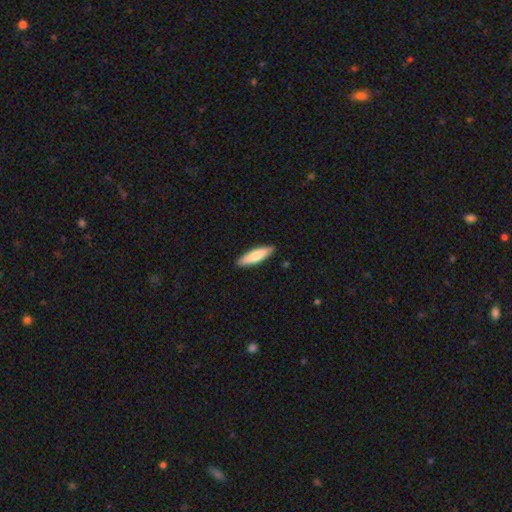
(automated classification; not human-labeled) A smooth galaxy with no disk features (76%) that is cigar-shaped (67%).

Vote fractions:
- Smooth or featured? smooth: 76% / featured or disk: 19% / star or artifact: 5%
- How rounded? cigar-shaped: 67% / in between: 32% / round: 1%
- Merging? none: 90% / minor disturbance: 8% / major disturbance: 1% / merger: 1%